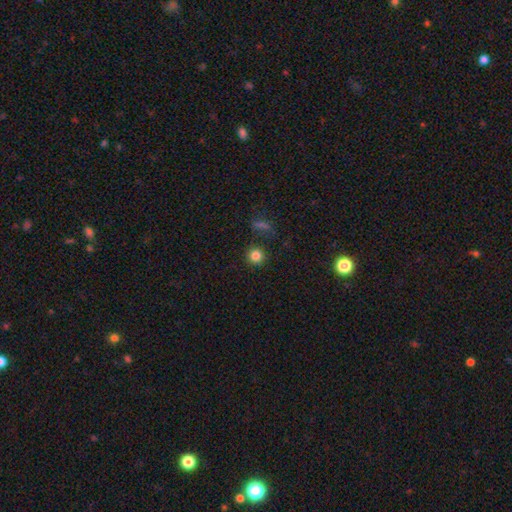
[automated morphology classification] Overall: smooth (82%). How rounded: round (93%). Merging: none (86%).